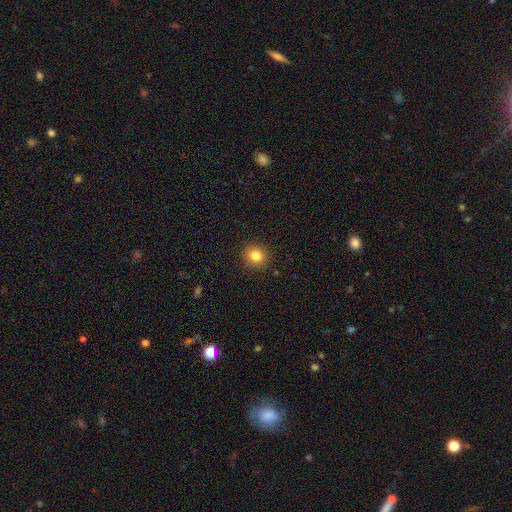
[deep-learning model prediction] This appears to be a smooth galaxy with no disk features (83%) that is round (73%). Merging: none (90%).